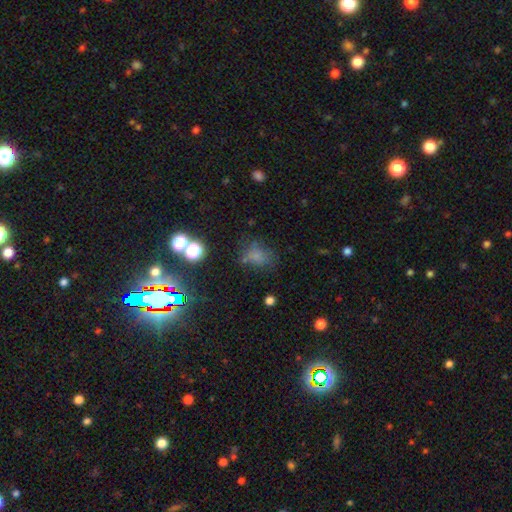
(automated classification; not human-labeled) Smooth or featured? smooth (63%)
How rounded? in between (55%)
Merging? none (54%)